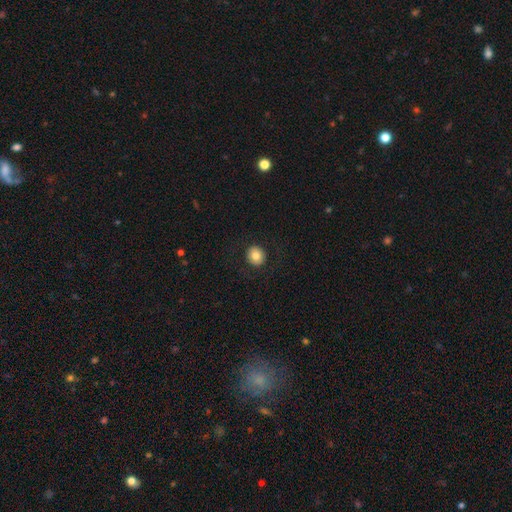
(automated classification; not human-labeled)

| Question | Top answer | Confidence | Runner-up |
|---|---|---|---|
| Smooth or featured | smooth | 82% | star or artifact (9%) |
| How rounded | round | 88% | in between (11%) |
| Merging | none | 90% | minor disturbance (6%) |